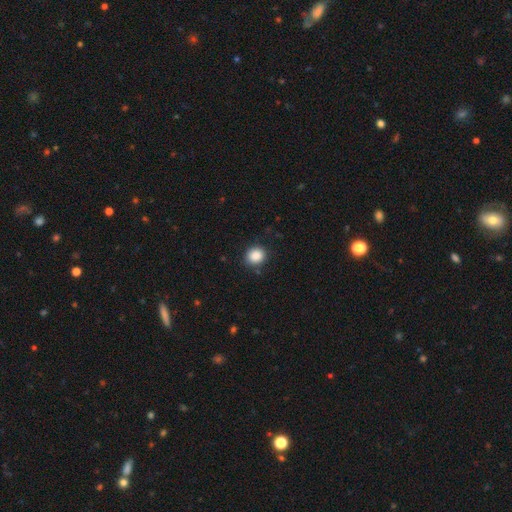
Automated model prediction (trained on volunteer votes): Morphology: type=smooth (88%); roundness=round (79%); merging=none (86%).